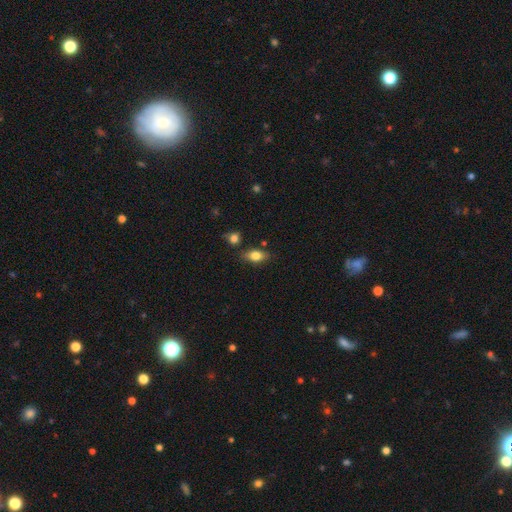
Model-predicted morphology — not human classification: Overall: smooth (75%). How rounded: in between (82%). Merging: none (76%).